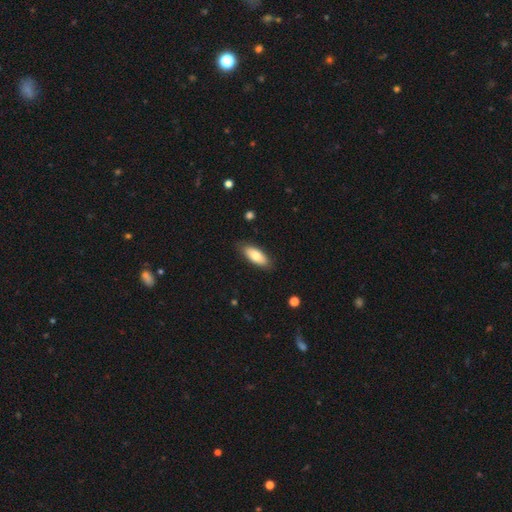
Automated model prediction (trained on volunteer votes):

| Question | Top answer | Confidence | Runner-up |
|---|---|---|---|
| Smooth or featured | smooth | 78% | featured or disk (16%) |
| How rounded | in between | 78% | cigar-shaped (20%) |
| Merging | none | 84% | minor disturbance (12%) |